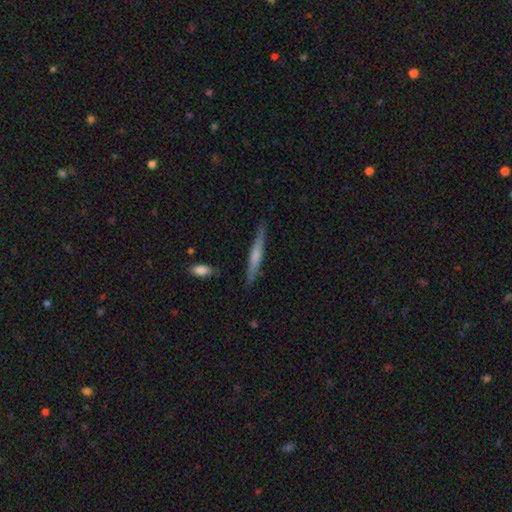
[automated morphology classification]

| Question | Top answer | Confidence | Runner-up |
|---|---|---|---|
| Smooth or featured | featured or disk | 50% | smooth (45%) |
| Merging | none | 86% | minor disturbance (10%) |